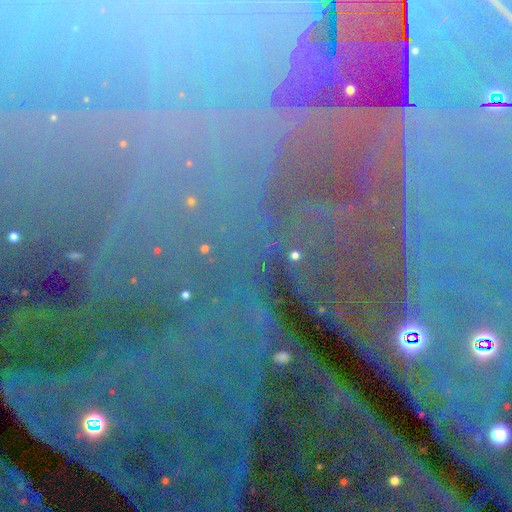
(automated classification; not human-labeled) Smooth or featured? Predicted: star or artifact (p=0.84).